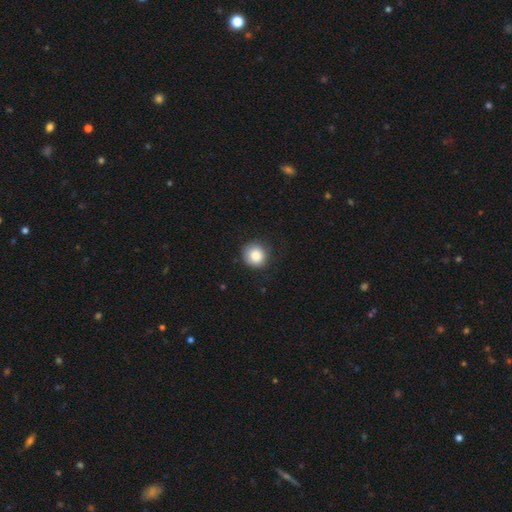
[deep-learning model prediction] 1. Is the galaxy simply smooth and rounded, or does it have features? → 85% smooth, 8% star or artifact, 6% featured or disk.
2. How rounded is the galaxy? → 92% round, 7% in between, 1% cigar-shaped.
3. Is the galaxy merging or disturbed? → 79% none, 16% minor disturbance, 4% major disturbance, 1% merger.